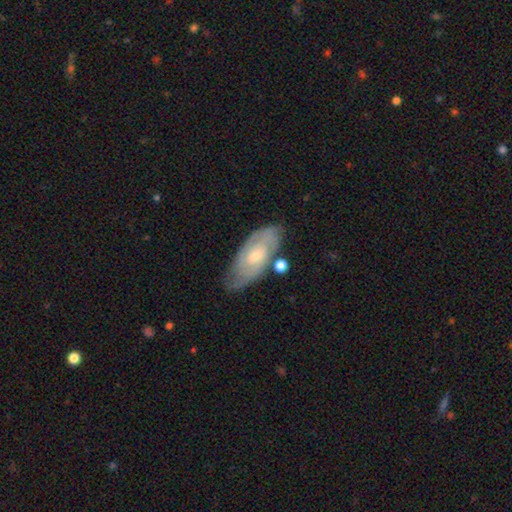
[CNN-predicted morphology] The model was most divided on "bulge size": small: 56%, moderate: 39%, none: 2%, large: 2%, dominant: 1%. More confident: edge-on disk — no (92%); spiral arms — yes (91%); smooth or featured — featured or disk (74%); merging — none (69%); spiral winding — tight (63%); bar — no (58%); spiral arm count — 2 (53%).